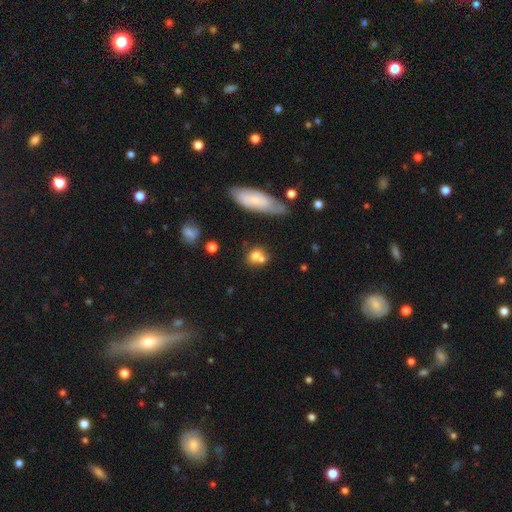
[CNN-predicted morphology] This appears to be a smooth galaxy with no disk features (68%) that is round (61%). Merging: merger (43%).